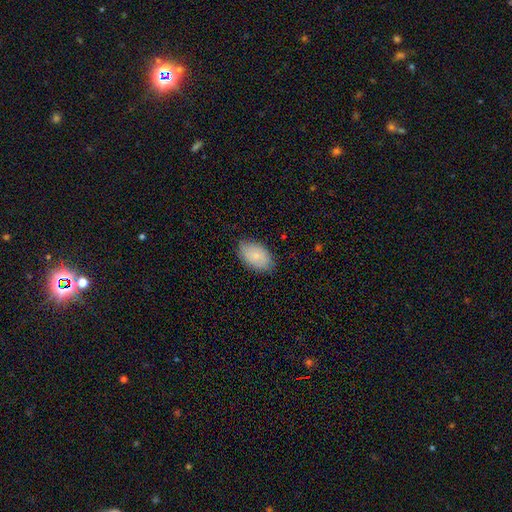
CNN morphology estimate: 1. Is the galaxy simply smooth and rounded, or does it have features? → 80% smooth, 14% featured or disk, 6% star or artifact.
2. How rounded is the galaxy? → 92% in between, 6% round, 1% cigar-shaped.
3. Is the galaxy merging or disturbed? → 79% none, 17% minor disturbance, 3% major disturbance, 1% merger.